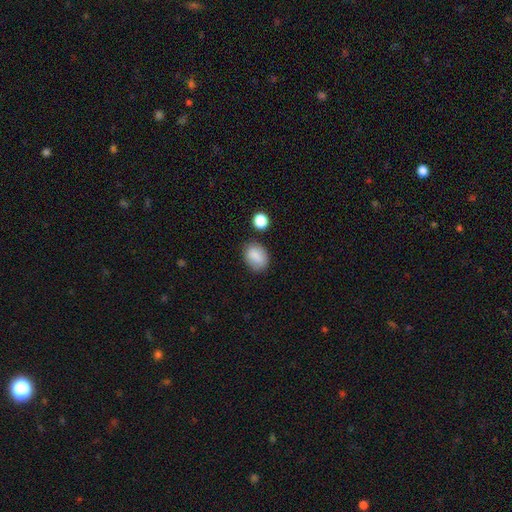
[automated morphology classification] Smooth or featured: smooth — 86% (star or artifact — 8%)
How rounded: in between — 72% (round — 27%)
Merging: none — 74% (minor disturbance — 17%)